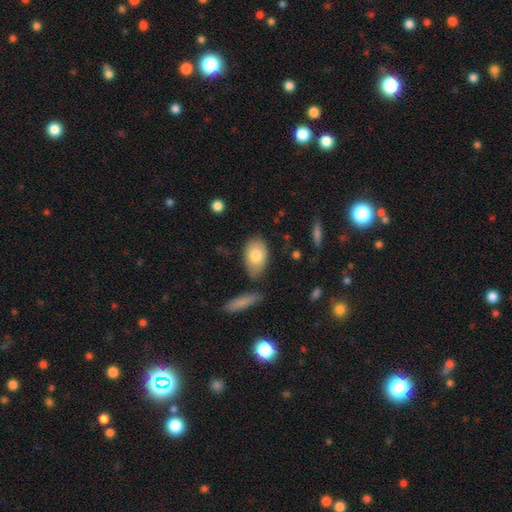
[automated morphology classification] The model was most divided on "merging": none: 71%, minor disturbance: 18%, merger: 7%, major disturbance: 4%. More confident: how rounded — in between (90%); smooth or featured — smooth (78%).